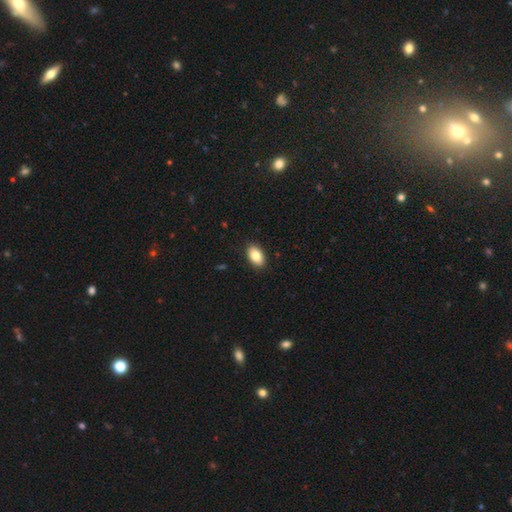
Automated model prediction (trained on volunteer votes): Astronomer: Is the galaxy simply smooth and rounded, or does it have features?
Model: smooth — 83%.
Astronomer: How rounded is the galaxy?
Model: in between — 92%.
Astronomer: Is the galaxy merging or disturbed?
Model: none — 90%.